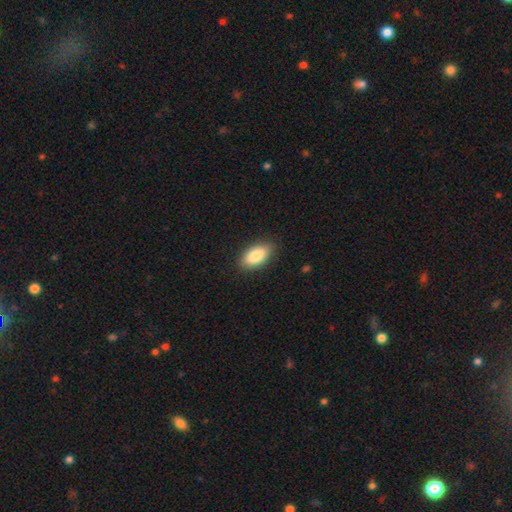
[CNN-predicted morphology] A smooth galaxy with no disk features (87%) that is in between round and cigar-shaped (91%). Merging: none (86%).